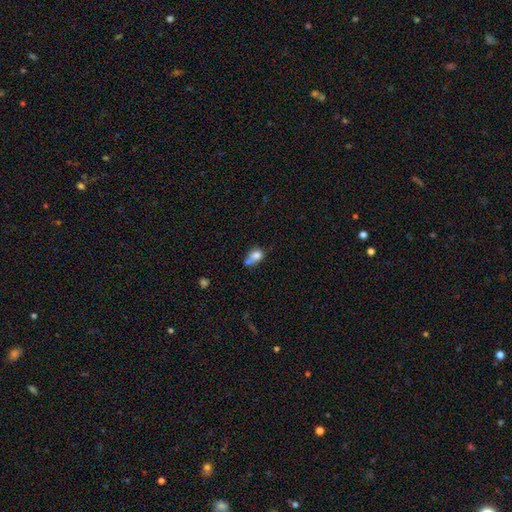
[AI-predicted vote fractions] smooth 74%, featured or disk 15%, star or artifact 10%. Down the decision tree: how rounded — in between (51%); merging — merger (45%).